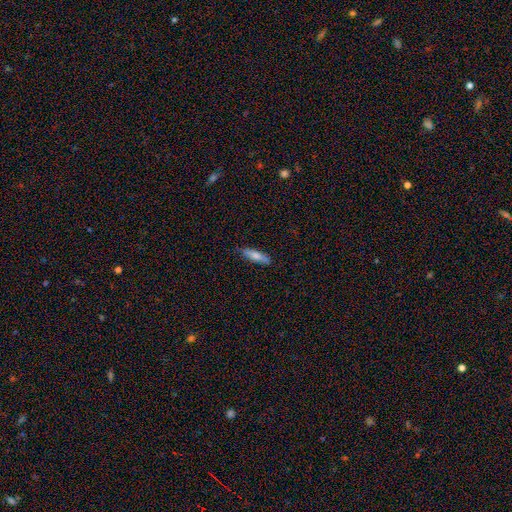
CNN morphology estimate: Smooth or featured? Predicted: smooth (p=0.73). How rounded? Predicted: cigar-shaped (p=0.70). Merging? Predicted: none (p=0.85).